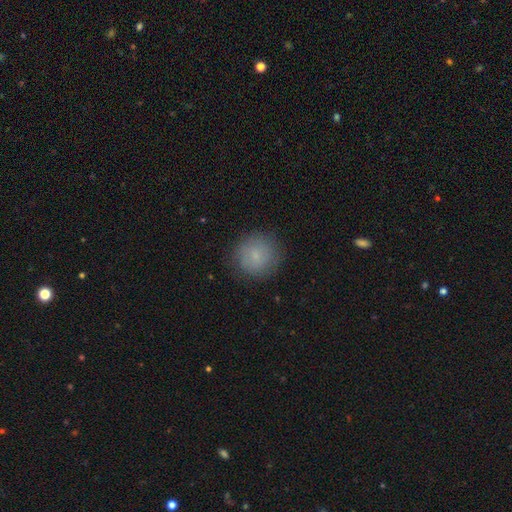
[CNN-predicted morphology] smooth_or_featured: smooth (p=0.80) [alt: featured or disk p=0.11]
how_rounded: round (p=0.93) [alt: in between p=0.06]
merging: none (p=0.85) [alt: minor disturbance p=0.10]